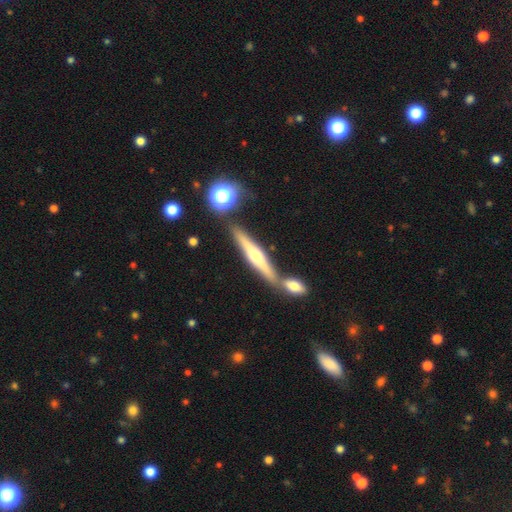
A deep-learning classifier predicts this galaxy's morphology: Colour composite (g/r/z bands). It shows a featured or disk galaxy (64%) viewed edge-on (94%) with a rounded central bulge (85%). Merging: none (66%).